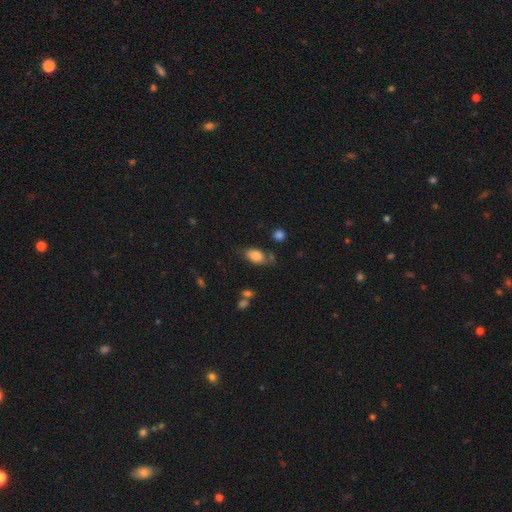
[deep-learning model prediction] Smooth or featured? Predicted: smooth (p=0.83). How rounded? Predicted: in between (p=0.89). Merging? Predicted: none (p=0.60).